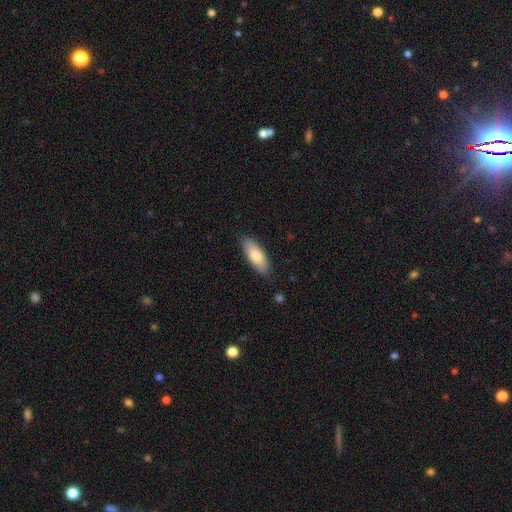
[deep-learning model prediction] Smooth or featured?
  - smooth: 78% *
  - featured or disk: 16%
  - star or artifact: 6%
How rounded?
  - in between: 75% *
  - cigar-shaped: 23%
  - round: 2%
Merging?
  - none: 83% *
  - minor disturbance: 13%
  - major disturbance: 2%
  - merger: 1%